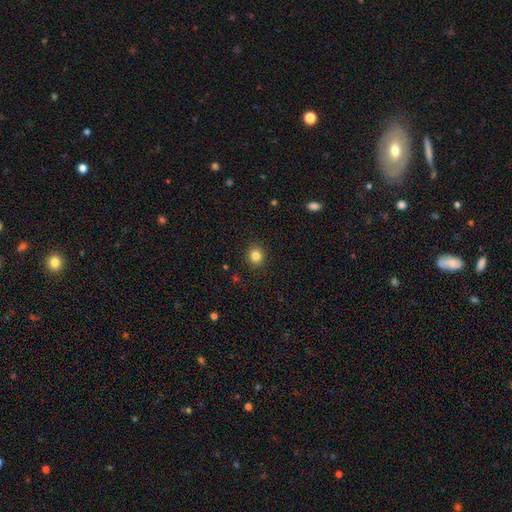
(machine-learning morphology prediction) A smooth galaxy with no disk features (84%) that is round (82%).

Vote fractions:
- Smooth or featured? smooth: 84% / star or artifact: 11% / featured or disk: 5%
- How rounded? round: 82% / in between: 17% / cigar-shaped: 1%
- Merging? none: 91% / minor disturbance: 6% / major disturbance: 2% / merger: 1%